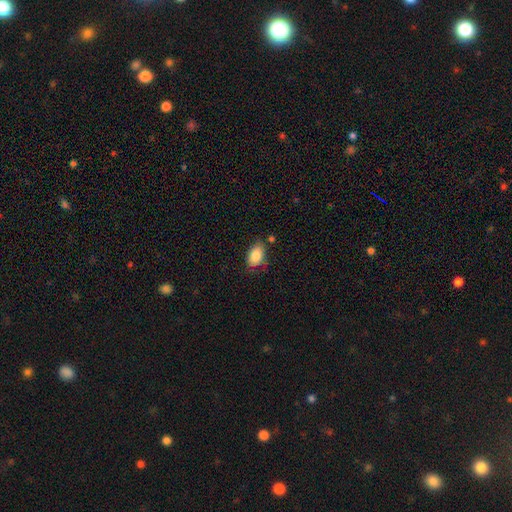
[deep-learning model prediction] A smooth galaxy with no disk features (85%) that is in between round and cigar-shaped (90%). Merging: none (68%).